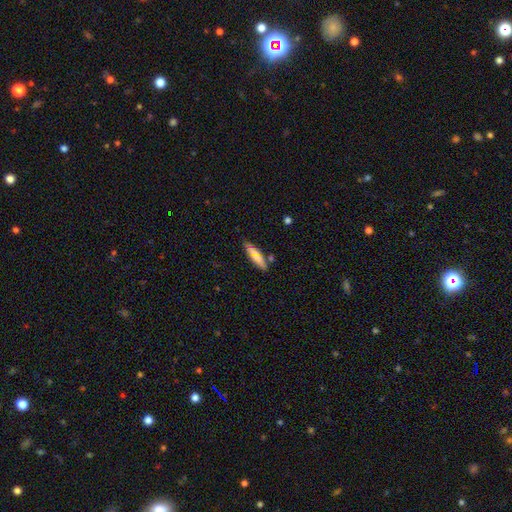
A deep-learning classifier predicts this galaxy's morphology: A smooth galaxy with no disk features (73%) that is cigar-shaped (79%). Merging: none (77%).